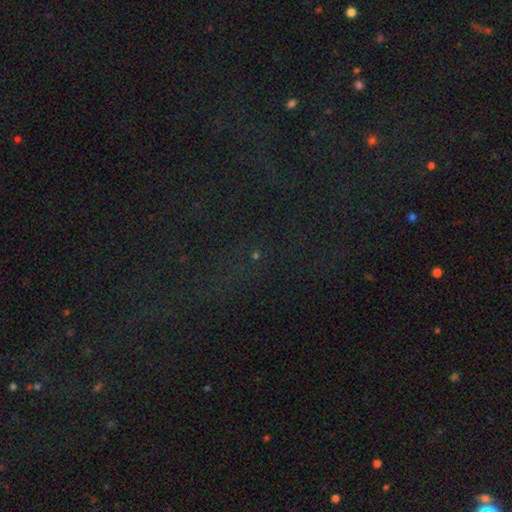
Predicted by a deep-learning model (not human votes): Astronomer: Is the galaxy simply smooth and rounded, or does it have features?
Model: star or artifact — 73%.